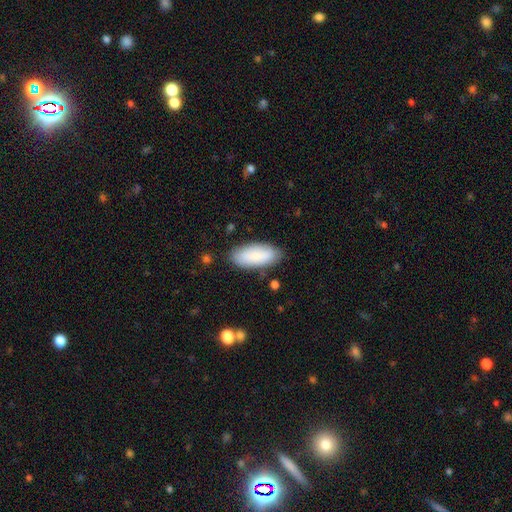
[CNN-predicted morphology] This appears to be a smooth galaxy with no disk features (80%) that is in between round and cigar-shaped (87%). Merging: none (82%).